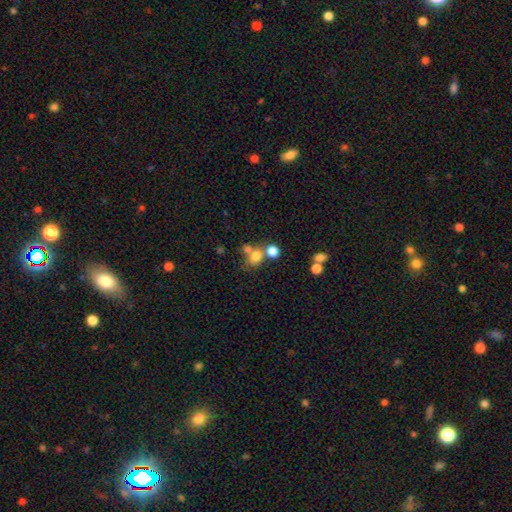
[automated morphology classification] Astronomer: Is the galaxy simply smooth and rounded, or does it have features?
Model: smooth — 72%.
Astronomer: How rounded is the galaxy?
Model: round — 67%.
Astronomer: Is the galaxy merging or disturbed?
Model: none — 44% (runner-up: merger, 40%).